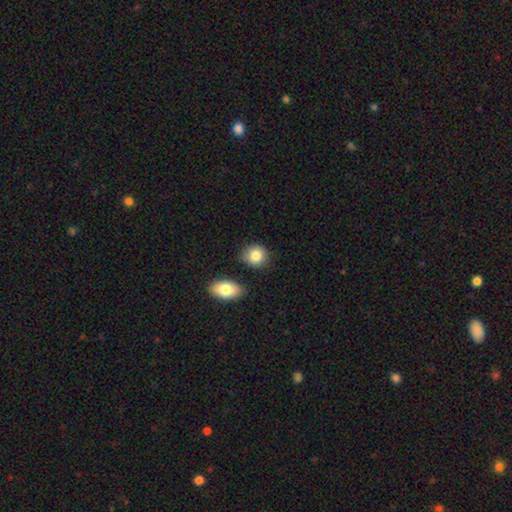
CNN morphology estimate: Q: Smooth or featured?
A: smooth (84%); runner-up: star or artifact (8%)
Q: How rounded?
A: round (70%); runner-up: in between (28%)
Q: Merging?
A: none (78%); runner-up: minor disturbance (12%)